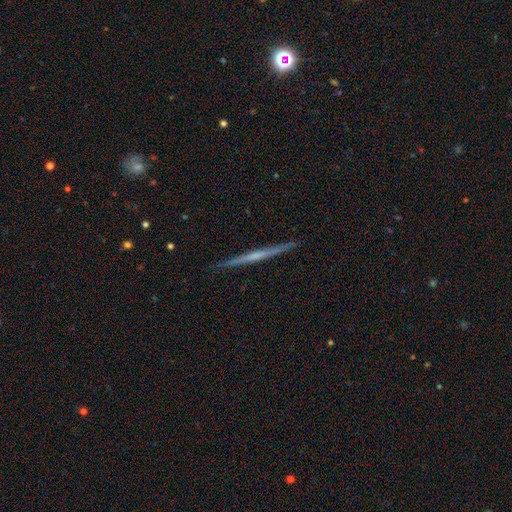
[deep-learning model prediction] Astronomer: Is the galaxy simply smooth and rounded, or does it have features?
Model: featured or disk — 65%.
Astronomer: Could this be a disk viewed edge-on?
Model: yes — 98%.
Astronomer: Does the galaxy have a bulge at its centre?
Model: none — 73%.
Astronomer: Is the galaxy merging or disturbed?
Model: none — 91%.